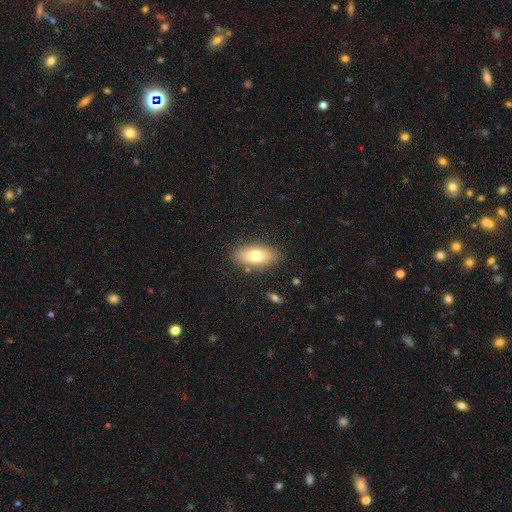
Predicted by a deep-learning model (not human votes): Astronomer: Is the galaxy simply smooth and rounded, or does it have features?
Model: smooth — 74%.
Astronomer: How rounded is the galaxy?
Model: in between — 88%.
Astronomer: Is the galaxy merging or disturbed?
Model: none — 85%.